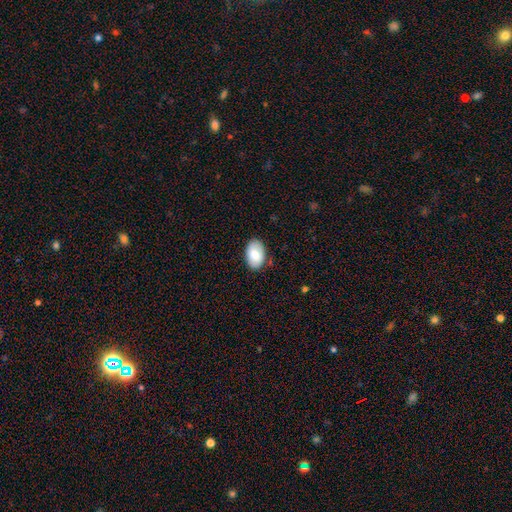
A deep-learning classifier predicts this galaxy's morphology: smooth-or-featured: smooth: 82% | featured or disk: 11% | star or artifact: 6%
  how-rounded: in between: 92% | round: 7% | cigar-shaped: 1%
  merging: none: 84% | minor disturbance: 12% | major disturbance: 2% | merger: 1%